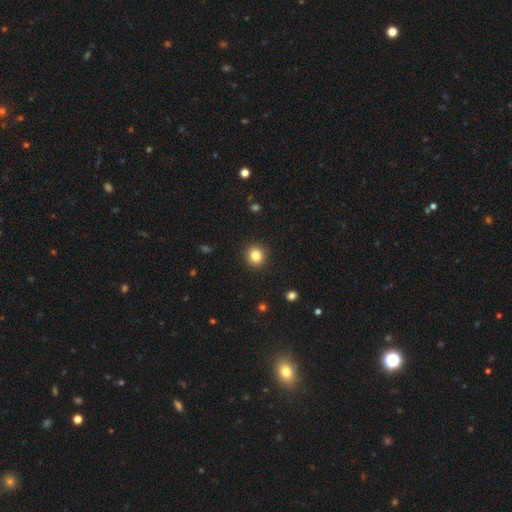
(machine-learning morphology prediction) Smooth or featured?
  - smooth: 83% *
  - star or artifact: 11%
  - featured or disk: 6%
How rounded?
  - round: 90% *
  - in between: 10%
  - cigar-shaped: 1%
Merging?
  - none: 92% *
  - minor disturbance: 5%
  - major disturbance: 2%
  - merger: 1%